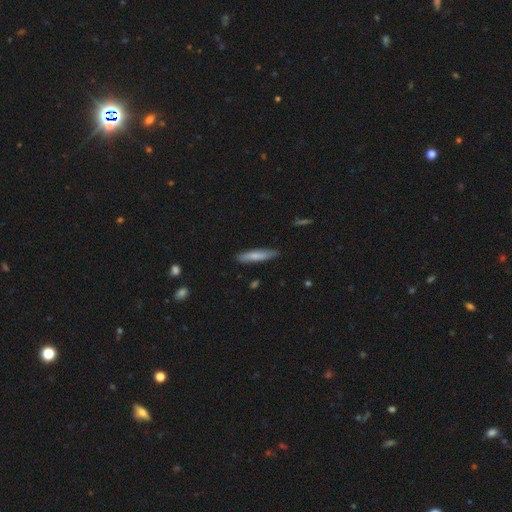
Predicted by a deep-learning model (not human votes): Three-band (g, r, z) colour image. It shows a smooth galaxy with no disk features (75%) that is cigar-shaped (86%). Merging: none (85%).